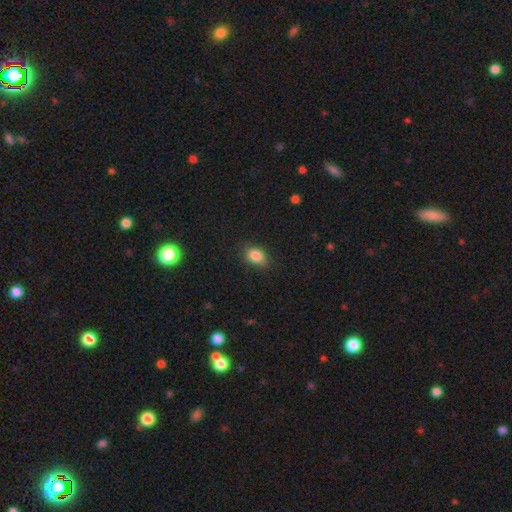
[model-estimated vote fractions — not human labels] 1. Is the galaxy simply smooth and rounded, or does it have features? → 85% smooth, 10% star or artifact, 5% featured or disk.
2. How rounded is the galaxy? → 66% in between, 33% round, 1% cigar-shaped.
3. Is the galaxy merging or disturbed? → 79% none, 16% minor disturbance, 4% major disturbance, 1% merger.